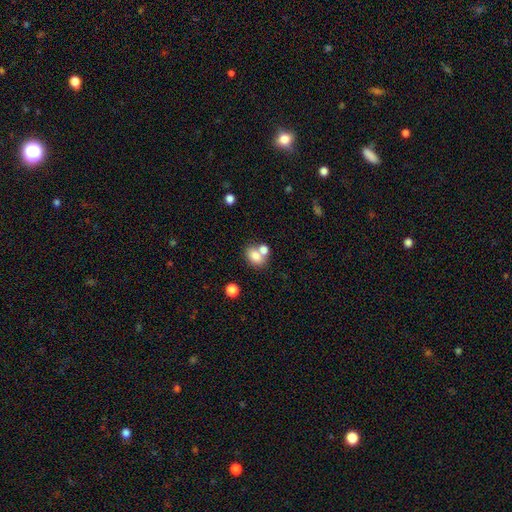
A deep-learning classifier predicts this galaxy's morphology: Smooth or featured? smooth (78%)
How rounded? in between (70%)
Merging? merger (43%)